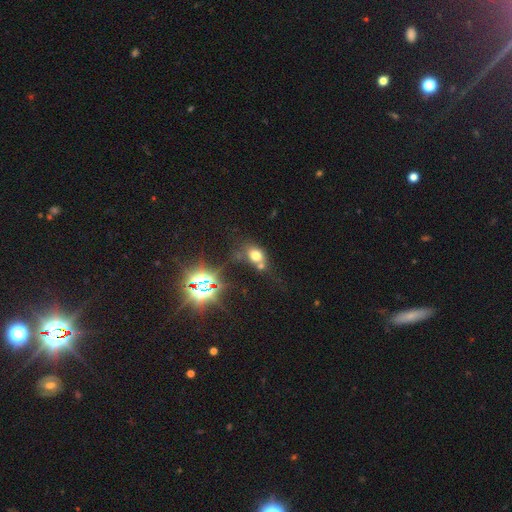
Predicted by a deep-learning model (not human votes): Morphology: type=smooth (62%); roundness=in between (55%); merging=none (43%).